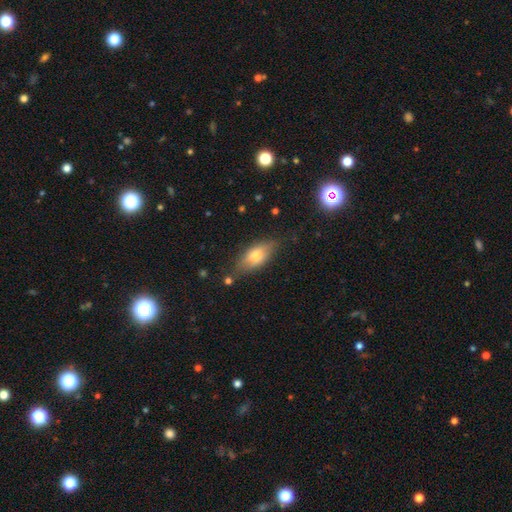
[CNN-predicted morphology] A smooth galaxy with no disk features (63%) that is in between round and cigar-shaped (80%).

Vote fractions:
- Smooth or featured? smooth: 63% / featured or disk: 29% / star or artifact: 8%
- How rounded? in between: 80% / cigar-shaped: 16% / round: 4%
- Merging? none: 76% / minor disturbance: 18% / major disturbance: 4% / merger: 3%